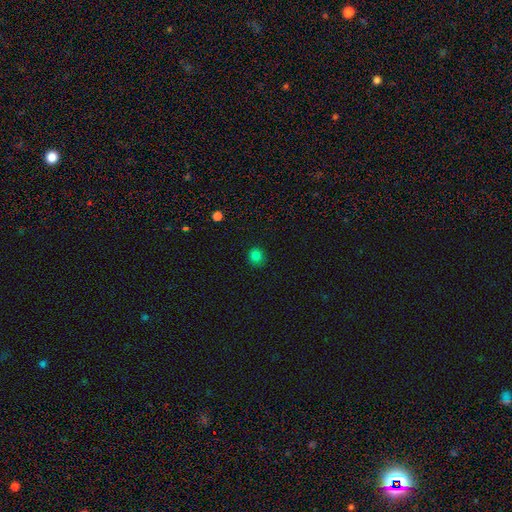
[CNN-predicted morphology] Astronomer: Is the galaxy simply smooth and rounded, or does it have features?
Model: smooth — 81%.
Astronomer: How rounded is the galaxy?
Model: round — 86%.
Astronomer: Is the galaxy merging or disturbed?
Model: none — 88%.